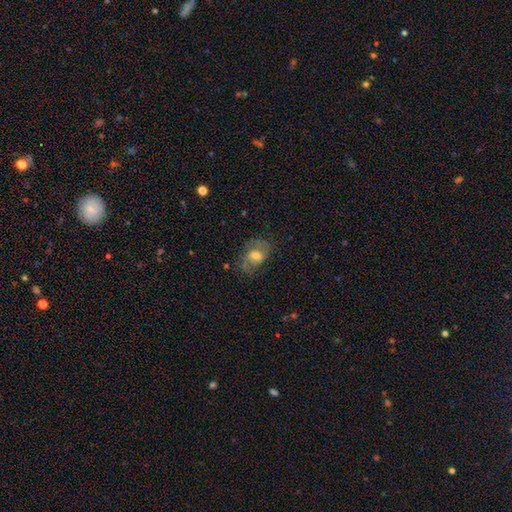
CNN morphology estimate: featured or disk 59%, smooth 33%, star or artifact 8%. Down the decision tree: edge-on disk — no (96%); bar — weak (46%); spiral arms — yes (81%); bulge size — moderate (63%); merging — none (59%).